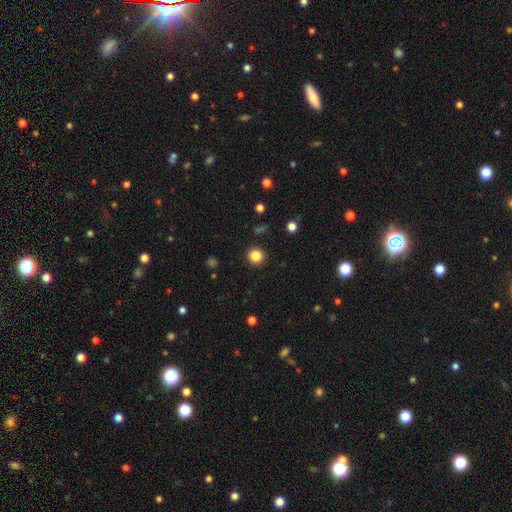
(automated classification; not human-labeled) Smooth or featured?
  - smooth: 85% *
  - star or artifact: 11%
  - featured or disk: 4%
How rounded?
  - round: 93% *
  - in between: 6%
  - cigar-shaped: 1%
Merging?
  - none: 92% *
  - minor disturbance: 5%
  - major disturbance: 2%
  - merger: 1%